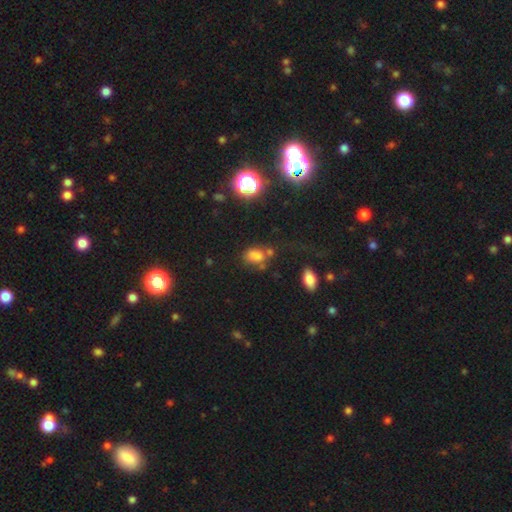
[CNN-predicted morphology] Smooth or featured? smooth (72%)
How rounded? in between (76%)
Merging? none (53%)